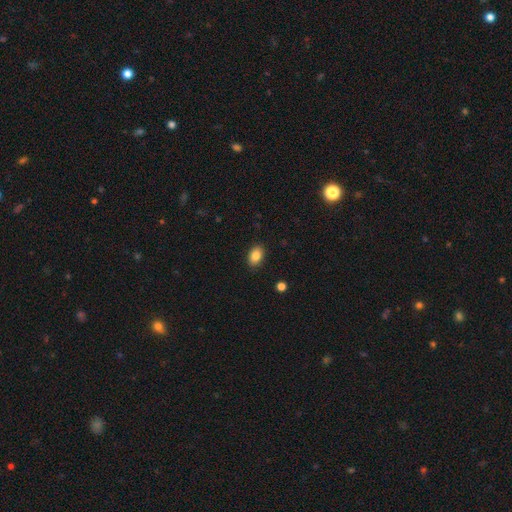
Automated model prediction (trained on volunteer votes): Smooth or featured: smooth — 85% (star or artifact — 8%)
How rounded: in between — 85% (round — 14%)
Merging: none — 89% (minor disturbance — 8%)